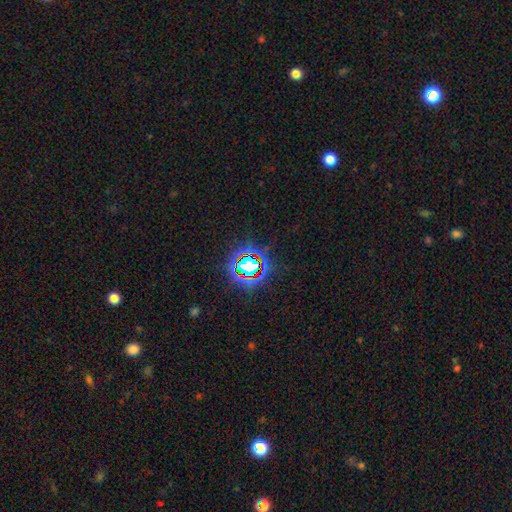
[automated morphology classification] This is likely a star or artifact rather than a galaxy (79%).